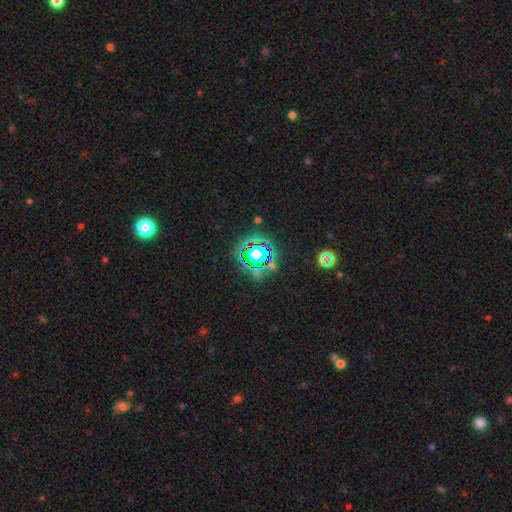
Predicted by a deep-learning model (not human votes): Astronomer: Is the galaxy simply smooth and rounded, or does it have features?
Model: star or artifact — 69%.